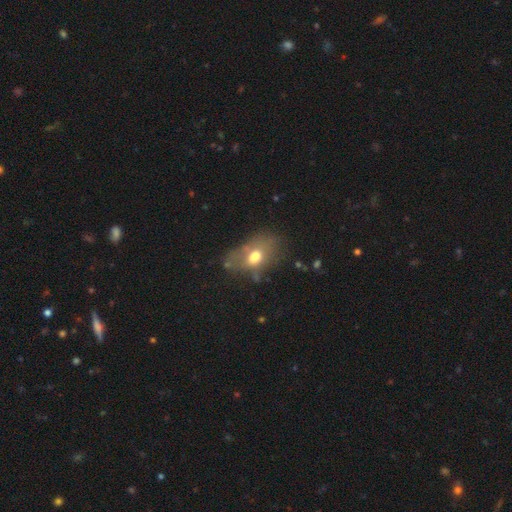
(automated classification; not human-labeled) Overall: smooth (61%; featured or disk 28%). How rounded: in between (84%). Merging: none (45%; minor disturbance 28%).